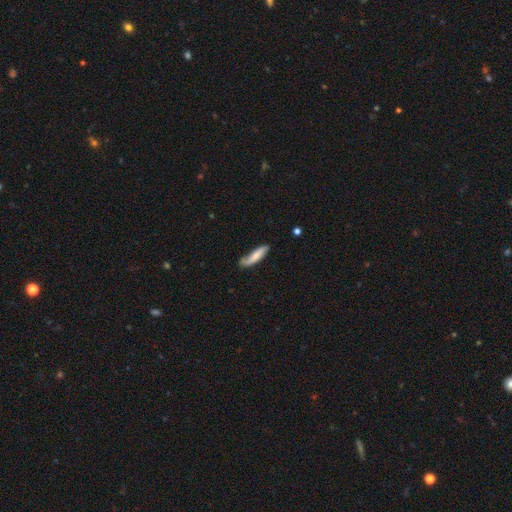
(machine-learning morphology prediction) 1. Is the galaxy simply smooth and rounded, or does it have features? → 70% smooth, 24% featured or disk, 6% star or artifact.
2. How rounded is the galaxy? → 74% cigar-shaped, 25% in between, 2% round.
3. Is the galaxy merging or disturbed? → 65% none, 26% minor disturbance, 6% major disturbance, 3% merger.